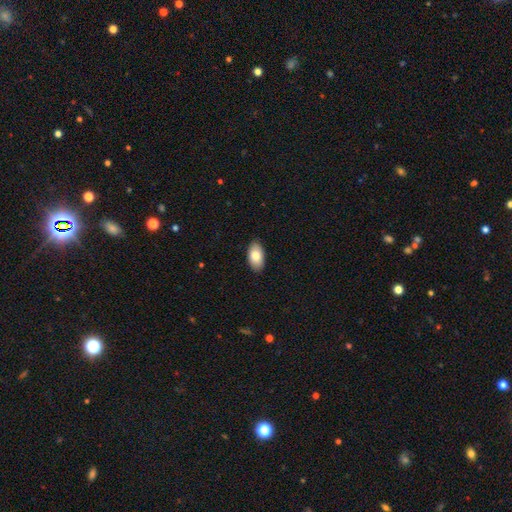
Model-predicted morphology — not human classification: Smooth or featured: smooth — 82% (featured or disk — 12%)
How rounded: in between — 95% (round — 3%)
Merging: none — 87% (minor disturbance — 10%)